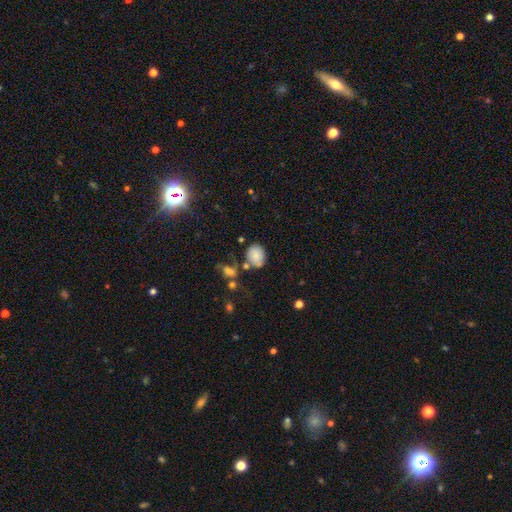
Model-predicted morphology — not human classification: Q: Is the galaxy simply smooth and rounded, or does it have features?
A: smooth — 79%.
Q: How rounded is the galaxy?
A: in between — 56%.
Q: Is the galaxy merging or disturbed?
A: none — 55%.